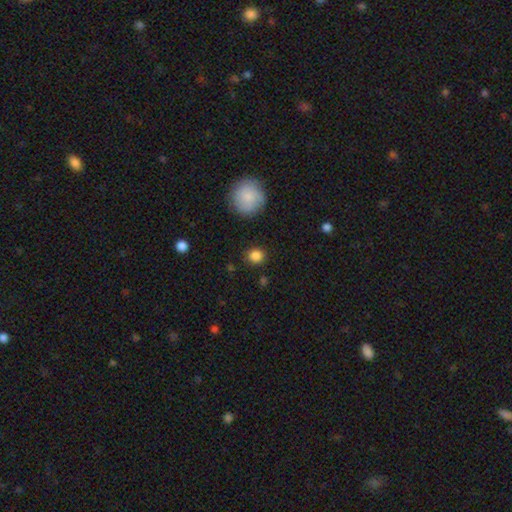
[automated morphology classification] Smooth or featured?
  - smooth: 85% *
  - star or artifact: 10%
  - featured or disk: 4%
How rounded?
  - round: 86% *
  - in between: 13%
  - cigar-shaped: 1%
Merging?
  - none: 87% *
  - minor disturbance: 8%
  - major disturbance: 3%
  - merger: 2%